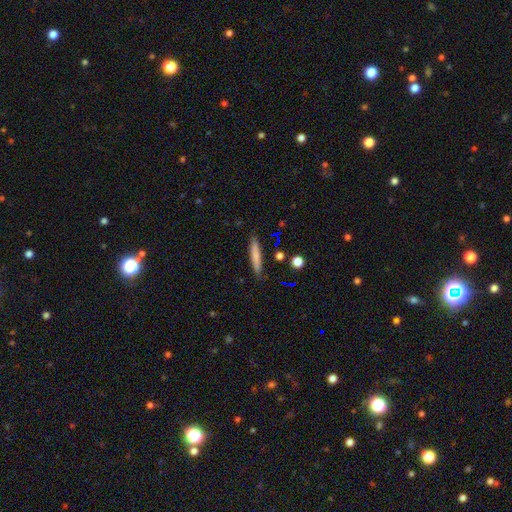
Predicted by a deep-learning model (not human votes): This appears to be a smooth galaxy with no disk features (75%) that is cigar-shaped (93%). Merging: none (87%).